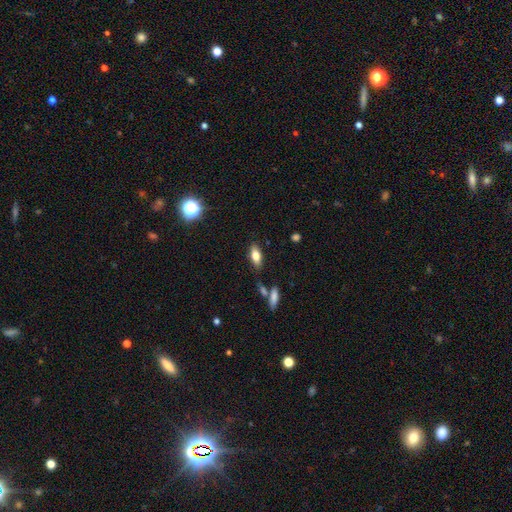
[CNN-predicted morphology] smooth-or-featured: smooth: 76% | featured or disk: 15% | star or artifact: 9%
  how-rounded: in between: 80% | cigar-shaped: 17% | round: 3%
  merging: none: 81% | minor disturbance: 12% | merger: 4% | major disturbance: 3%